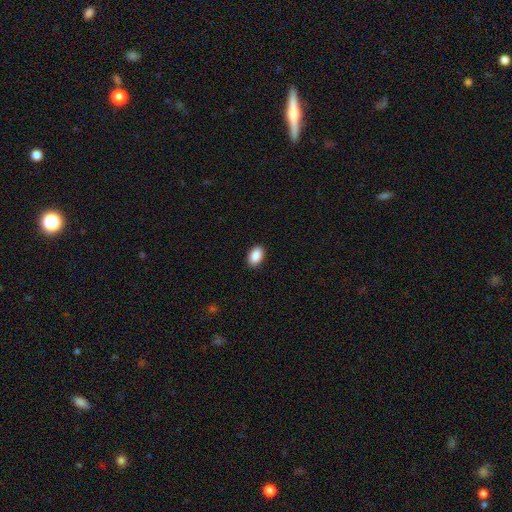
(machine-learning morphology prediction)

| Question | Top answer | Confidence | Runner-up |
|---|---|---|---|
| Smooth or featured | smooth | 90% | star or artifact (7%) |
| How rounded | in between | 89% | round (10%) |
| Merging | none | 90% | minor disturbance (7%) |